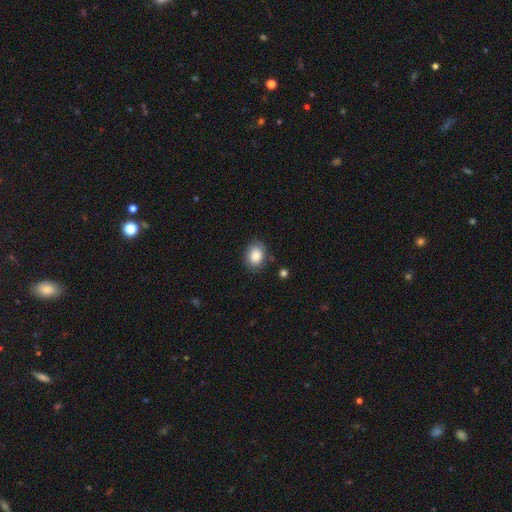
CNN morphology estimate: smooth 86%, star or artifact 8%, featured or disk 7%. Down the decision tree: how rounded — in between (63%); merging — none (82%).